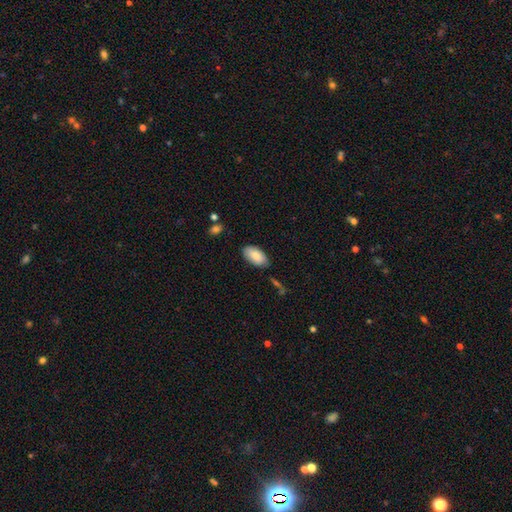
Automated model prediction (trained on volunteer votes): smooth 83%, featured or disk 11%, star or artifact 6%. Down the decision tree: how rounded — in between (95%); merging — none (79%).